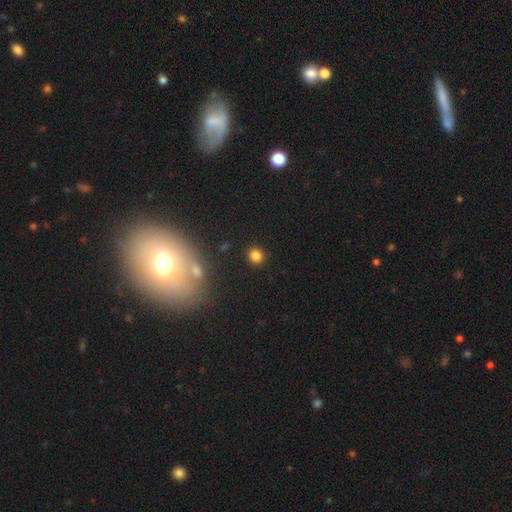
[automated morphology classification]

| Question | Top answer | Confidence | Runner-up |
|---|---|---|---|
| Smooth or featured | smooth | 82% | star or artifact (13%) |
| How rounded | round | 89% | in between (10%) |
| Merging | none | 90% | minor disturbance (6%) |